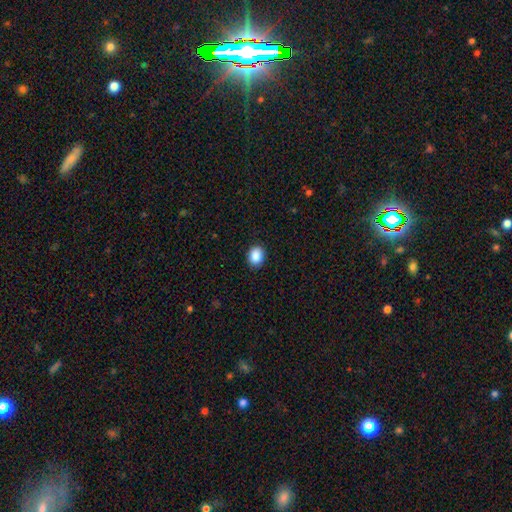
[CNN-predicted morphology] type=smooth (89%); roundness=round (55%); merging=none (90%).